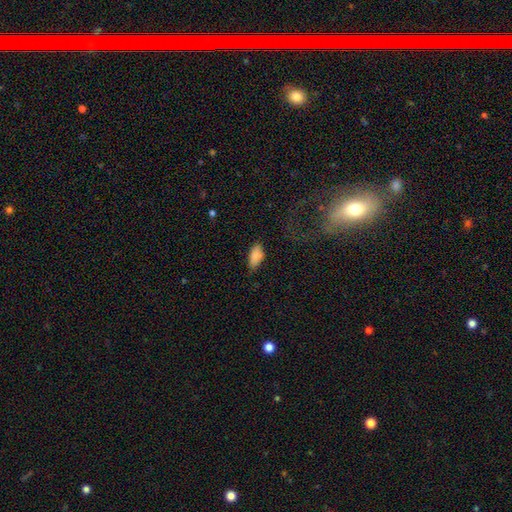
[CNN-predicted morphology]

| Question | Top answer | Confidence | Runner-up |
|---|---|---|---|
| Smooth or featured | smooth | 85% | star or artifact (7%) |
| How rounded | in between | 90% | cigar-shaped (8%) |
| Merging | none | 68% | minor disturbance (25%) |